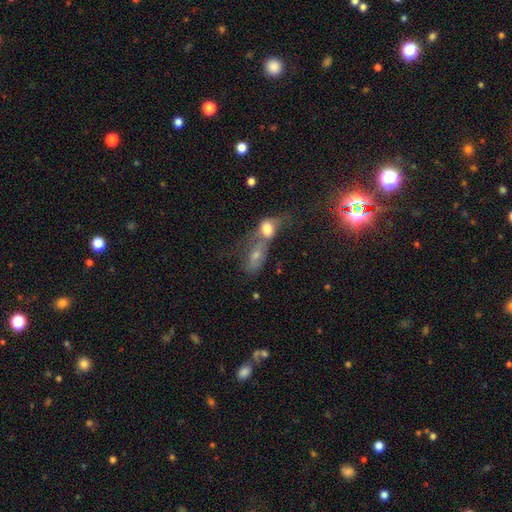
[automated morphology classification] smooth-or-featured: smooth: 62% | featured or disk: 26% | star or artifact: 12%
  how-rounded: in between: 79% | round: 15% | cigar-shaped: 6%
  merging: merger: 71% | none: 13% | major disturbance: 9% | minor disturbance: 7%